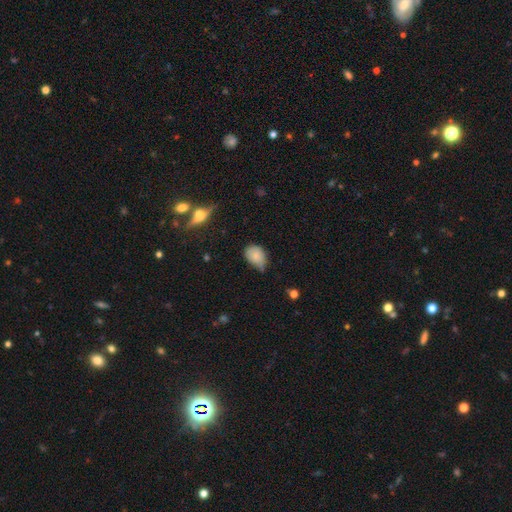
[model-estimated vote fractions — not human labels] This appears to be a smooth galaxy with no disk features (80%) that is in between round and cigar-shaped (75%). Merging: minor disturbance (48%).